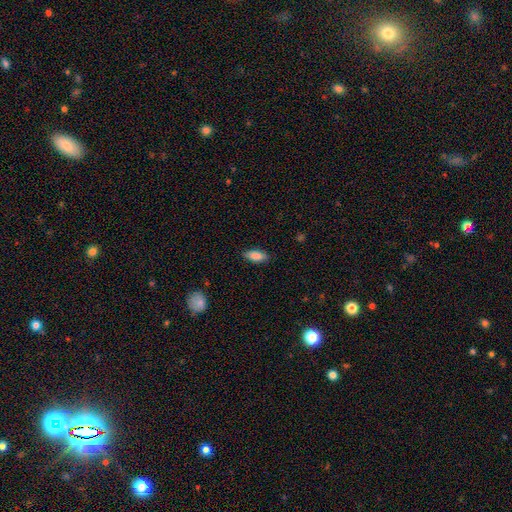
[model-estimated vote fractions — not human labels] The model was most divided on "how rounded": in between: 80%, cigar-shaped: 18%, round: 2%. More confident: merging — none (85%); smooth or featured — smooth (84%).